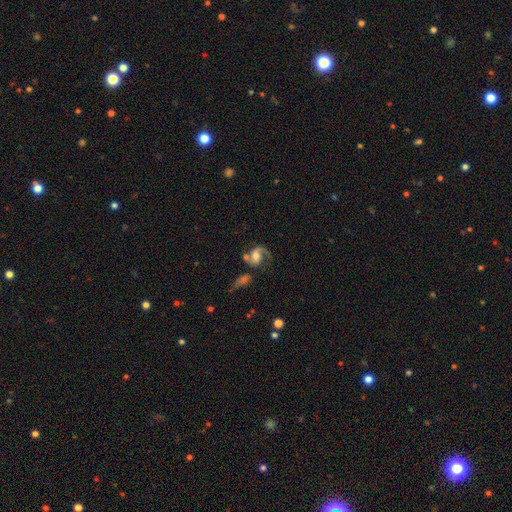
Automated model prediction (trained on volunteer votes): featured or disk 83%, smooth 11%, star or artifact 6%. Down the decision tree: edge-on disk — no (98%); bar — no (52%); spiral arms — yes (95%); spiral arm count — 2 (73%); spiral winding — medium (49%); bulge size — moderate (59%); merging — none (47%).